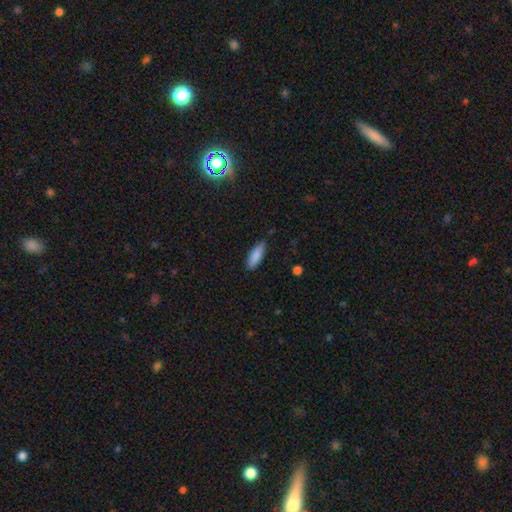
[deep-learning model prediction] The model was most divided on "how rounded": in between: 54%, cigar-shaped: 44%, round: 2%. More confident: merging — none (85%); smooth or featured — smooth (85%).